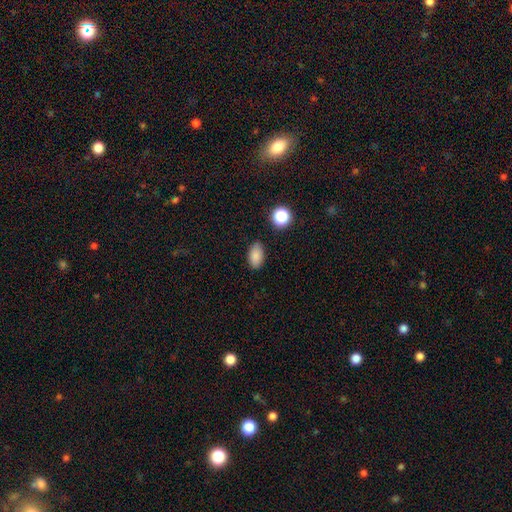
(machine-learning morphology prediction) This is clearly a smooth galaxy (85%). How rounded: clearly in between (90%). Merging: clearly none (83%).